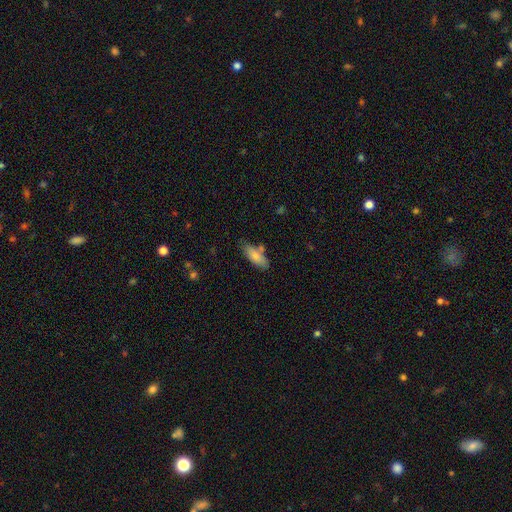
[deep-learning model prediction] This appears to be a smooth galaxy with no disk features (79%) that is in between round and cigar-shaped (70%). Merging: none (66%).